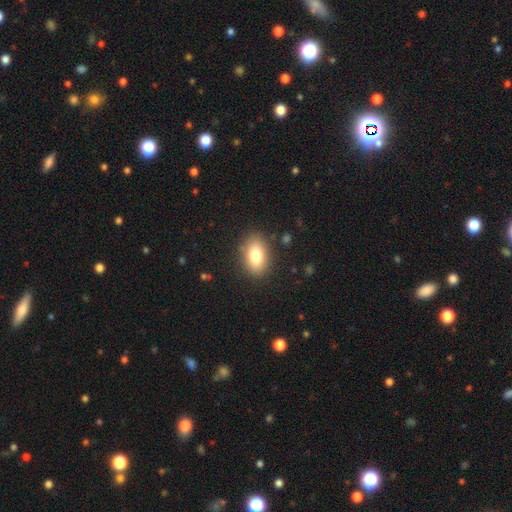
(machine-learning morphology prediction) smooth_or_featured: smooth (p=0.79) [alt: featured or disk p=0.13]
how_rounded: in between (p=0.85) [alt: round p=0.13]
merging: none (p=0.86) [alt: minor disturbance p=0.10]